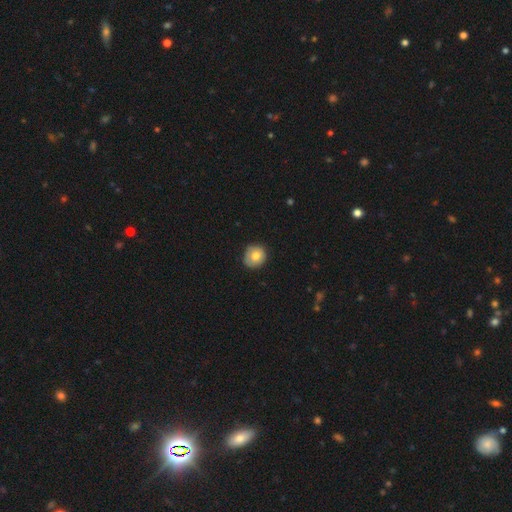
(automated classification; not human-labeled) The model was most divided on "smooth or featured": smooth: 76%, featured or disk: 16%, star or artifact: 8%. More confident: how rounded — round (84%); merging — none (79%).